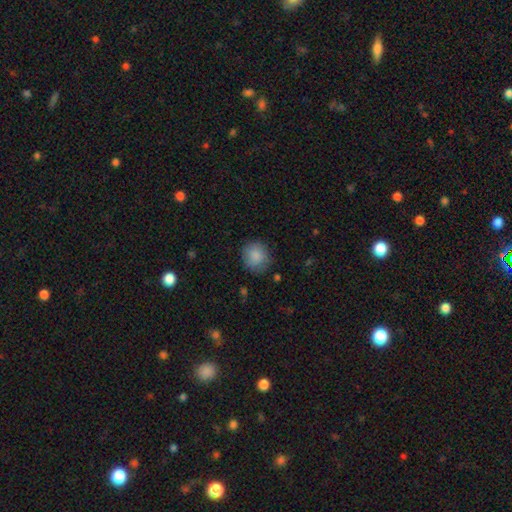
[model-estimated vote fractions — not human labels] Morphology: type=smooth (86%); roundness=round (85%); merging=none (80%).